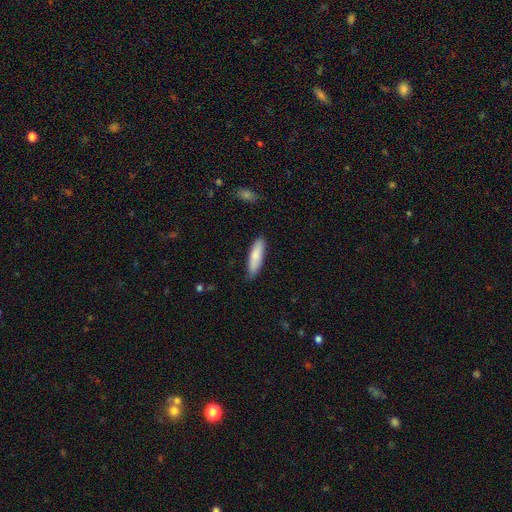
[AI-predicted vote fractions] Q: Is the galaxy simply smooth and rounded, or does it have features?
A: smooth — 83%.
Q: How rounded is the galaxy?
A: cigar-shaped — 67%.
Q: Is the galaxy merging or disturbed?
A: none — 83%.